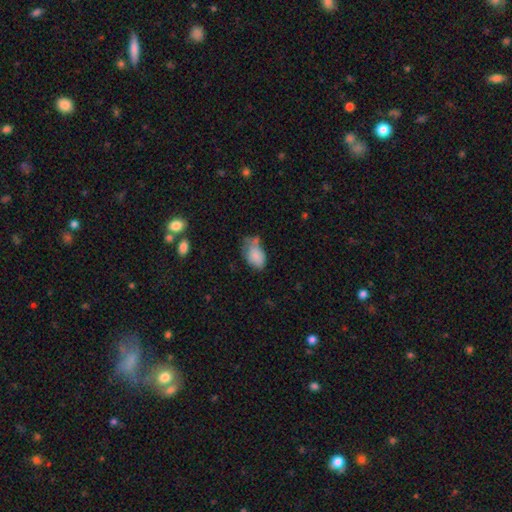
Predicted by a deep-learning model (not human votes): A smooth galaxy with no disk features (82%) that is in between round and cigar-shaped (91%). Merging: none (37%, tied with minor disturbance).